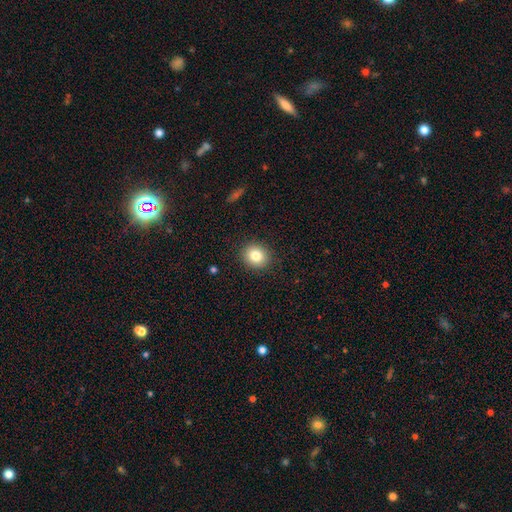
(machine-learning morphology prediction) The model was most divided on "how rounded": round: 81%, in between: 18%, cigar-shaped: 1%. More confident: merging — none (90%); smooth or featured — smooth (82%).